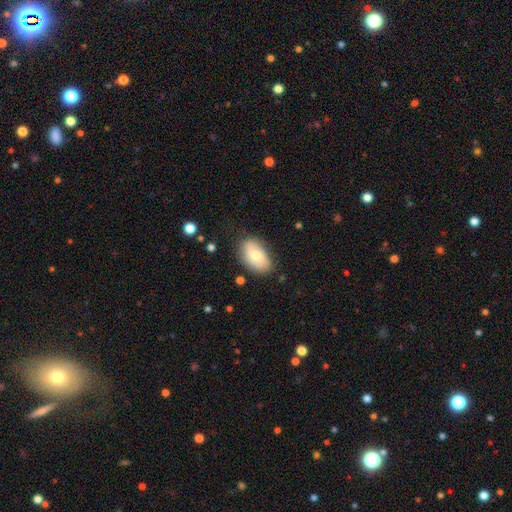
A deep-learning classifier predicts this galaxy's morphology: Overall: smooth (68%). How rounded: in between (92%). Merging: none (75%).